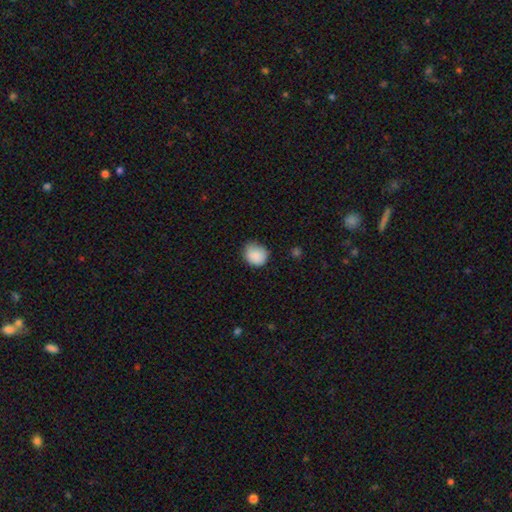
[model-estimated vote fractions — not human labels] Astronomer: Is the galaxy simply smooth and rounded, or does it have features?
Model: smooth — 87%.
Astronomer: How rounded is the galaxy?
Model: round — 76%.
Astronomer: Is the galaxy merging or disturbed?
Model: none — 68%.